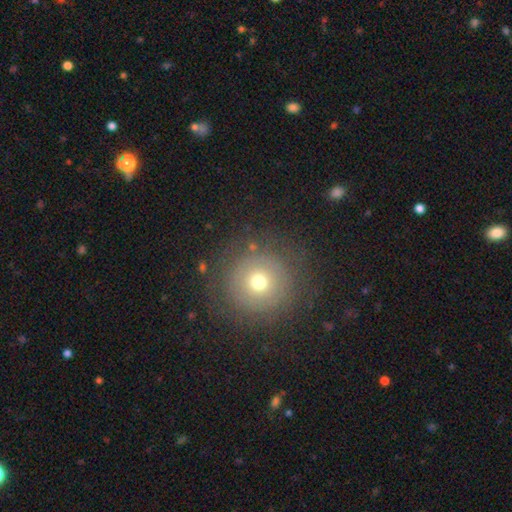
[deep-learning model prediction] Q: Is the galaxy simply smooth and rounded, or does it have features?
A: smooth — 56%.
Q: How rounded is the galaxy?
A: round — 96%.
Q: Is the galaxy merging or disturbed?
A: none — 89%.